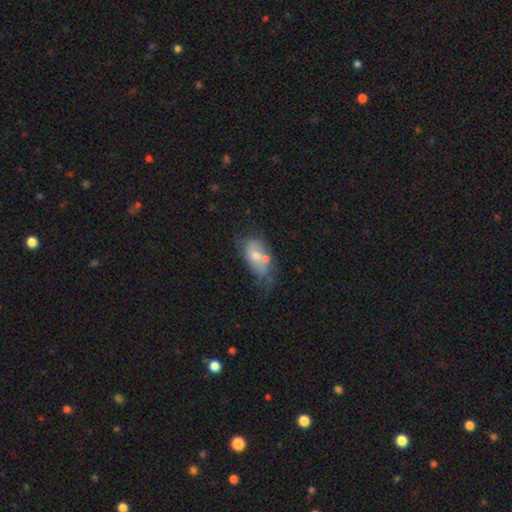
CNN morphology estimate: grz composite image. It shows a smooth galaxy with no disk features (53%) that is in between round and cigar-shaped (88%). Merging: none (28%, tied with merger).